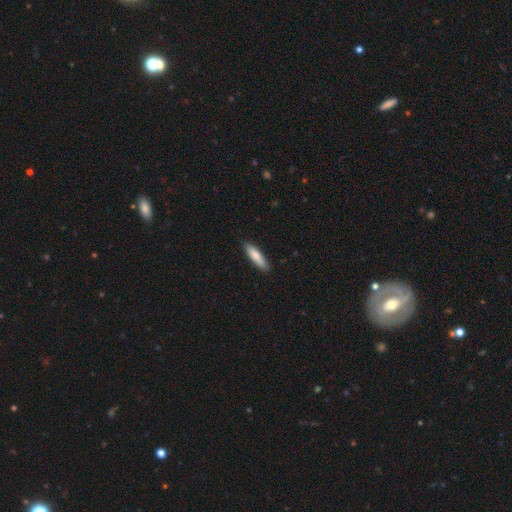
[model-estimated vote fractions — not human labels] This is clearly a smooth galaxy (81%). How rounded: likely cigar-shaped (73%). Merging: clearly none (88%).